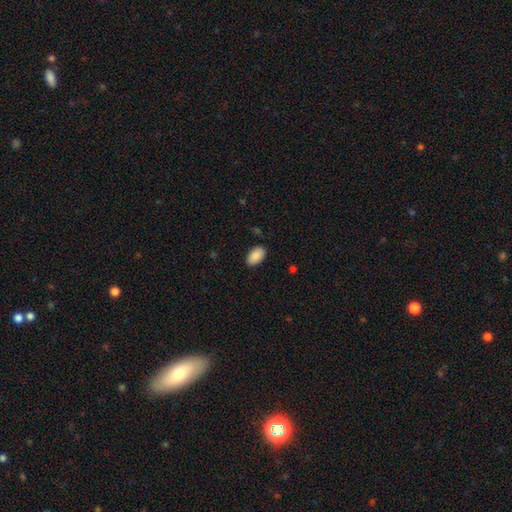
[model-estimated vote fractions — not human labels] Morphology: type=smooth (90%); roundness=in between (94%); merging=none (87%).